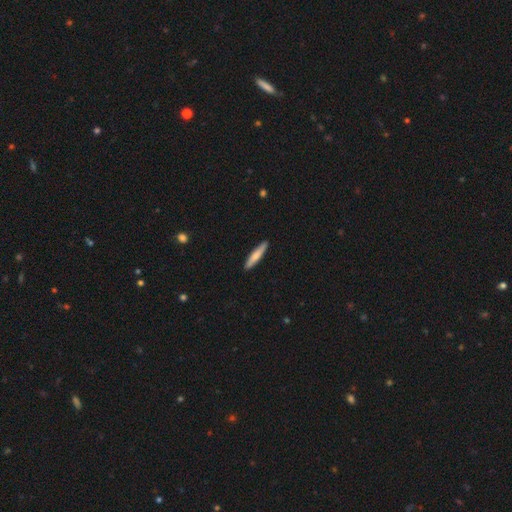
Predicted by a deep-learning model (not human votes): This is likely a smooth galaxy (71%). How rounded: clearly cigar-shaped (90%). Merging: clearly none (90%).